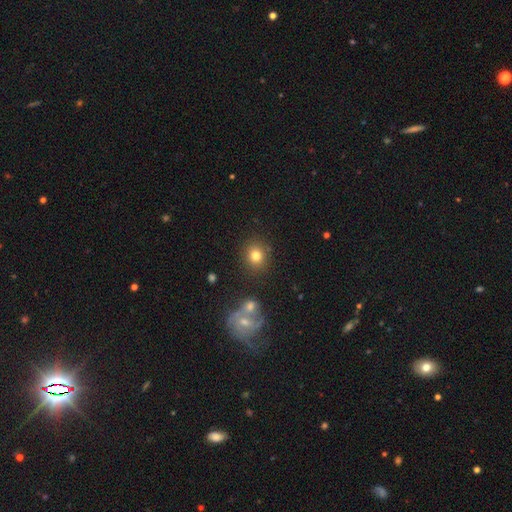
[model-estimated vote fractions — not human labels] Smooth or featured? smooth (80%)
How rounded? round (83%)
Merging? none (82%)